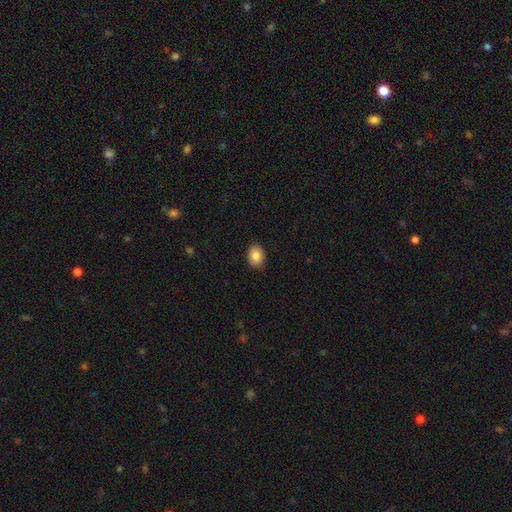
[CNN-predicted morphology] The model was most divided on "how rounded": in between: 66%, round: 34%, cigar-shaped: 1%. More confident: merging — none (89%); smooth or featured — smooth (85%).